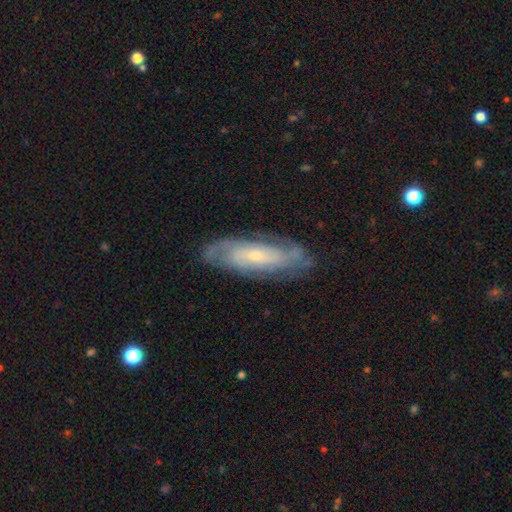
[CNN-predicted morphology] featured or disk 77%, smooth 17%, star or artifact 6%. Down the decision tree: edge-on disk — no (83%); bar — no (62%); spiral arms — yes (91%); spiral arm count — can't tell (41%); spiral winding — tight (58%); bulge size — small (70%); merging — none (78%).